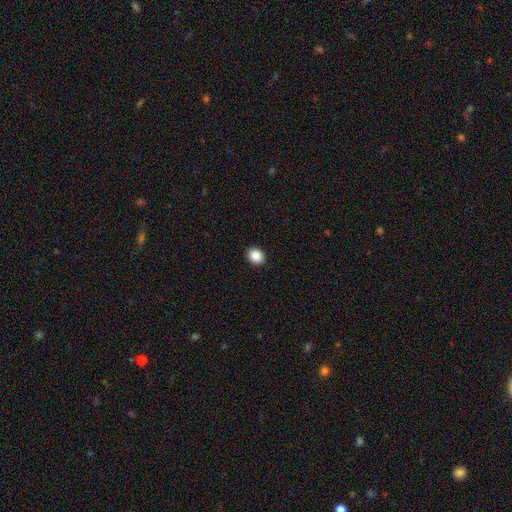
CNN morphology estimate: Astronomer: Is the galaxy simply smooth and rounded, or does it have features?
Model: smooth — 88%.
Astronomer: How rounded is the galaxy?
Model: round — 64%.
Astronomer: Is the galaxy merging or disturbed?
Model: none — 91%.